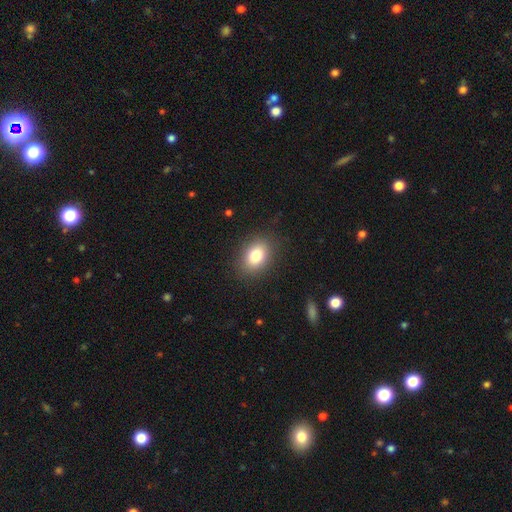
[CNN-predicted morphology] type=smooth (81%); roundness=in between (73%); merging=none (86%).